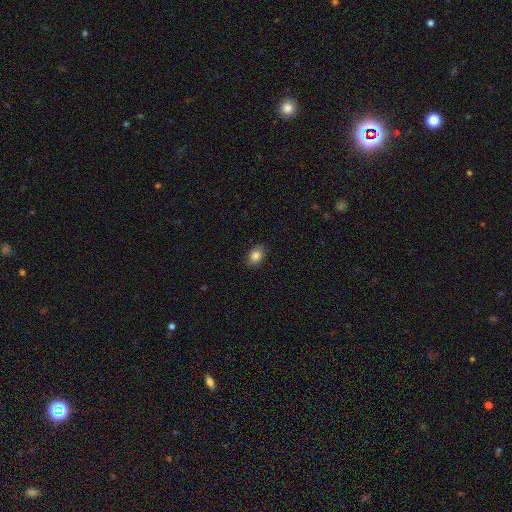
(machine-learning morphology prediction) This is clearly a smooth galaxy (85%). How rounded: likely in between (66%). Merging: clearly none (85%).